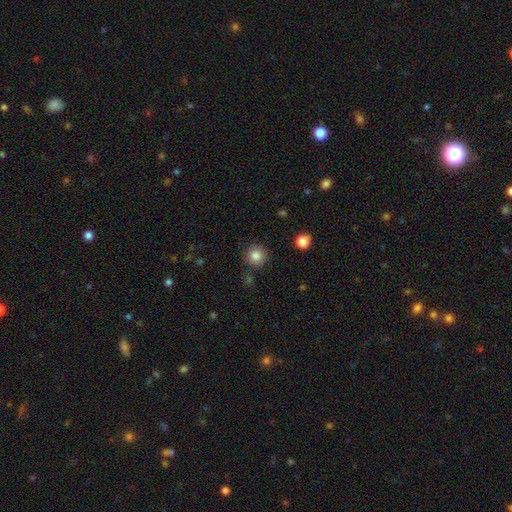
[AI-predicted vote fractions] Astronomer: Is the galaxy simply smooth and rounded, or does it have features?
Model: smooth — 84%.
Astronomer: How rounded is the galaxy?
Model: round — 94%.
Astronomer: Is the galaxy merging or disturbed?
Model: none — 86%.